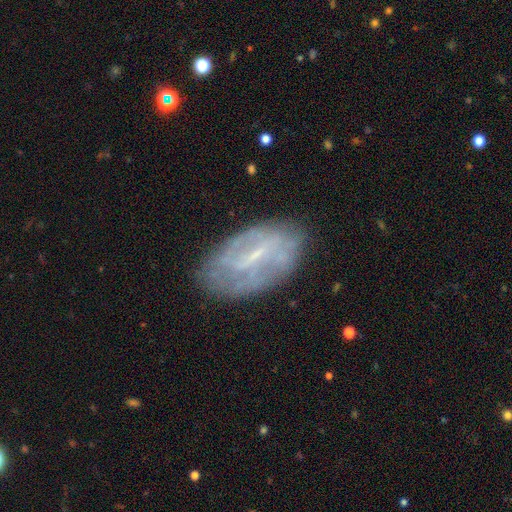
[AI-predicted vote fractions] A featured or disk galaxy (68%) with a weak bar (44%), spiral arms (52%) and a small central bulge (64%). Merging: none (72%).